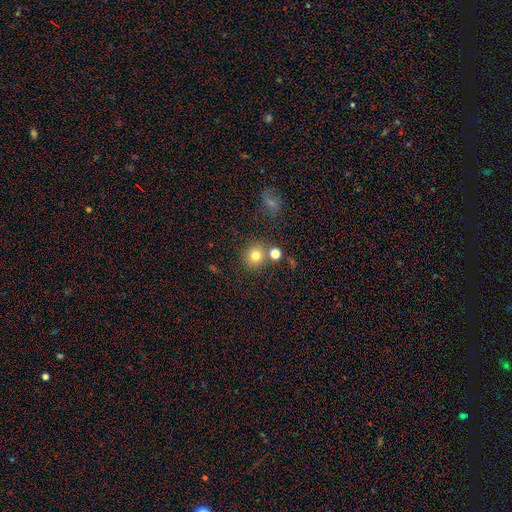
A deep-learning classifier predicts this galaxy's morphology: The model was most divided on "merging": none: 74%, merger: 13%, minor disturbance: 9%, major disturbance: 4%. More confident: how rounded — round (88%); smooth or featured — smooth (77%).